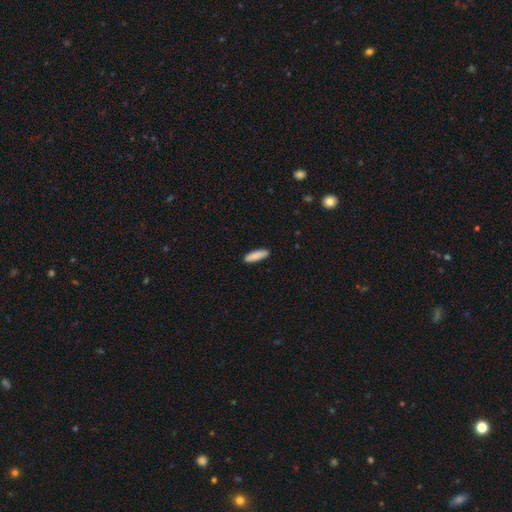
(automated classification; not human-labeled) Morphology: type=smooth (88%); roundness=cigar-shaped (59%); merging=none (90%).